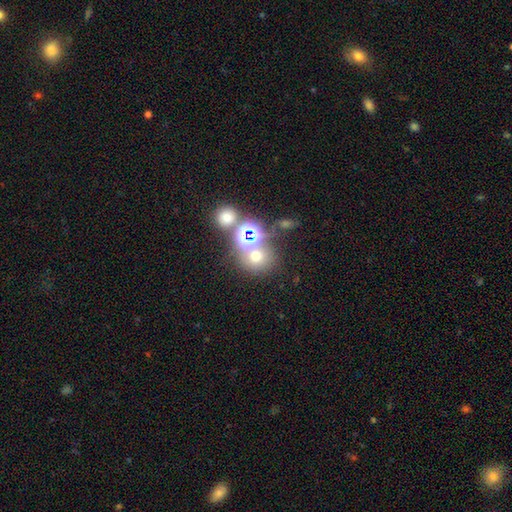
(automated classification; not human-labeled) Smooth or featured? Predicted: smooth (p=0.56). How rounded? Predicted: round (p=0.82). Merging? Predicted: none (p=0.59).